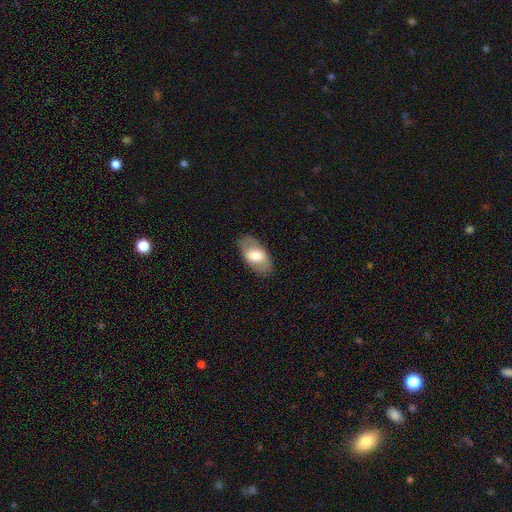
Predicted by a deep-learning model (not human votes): Overall: smooth (66%; featured or disk 28%). How rounded: in between (93%). Merging: none (81%).